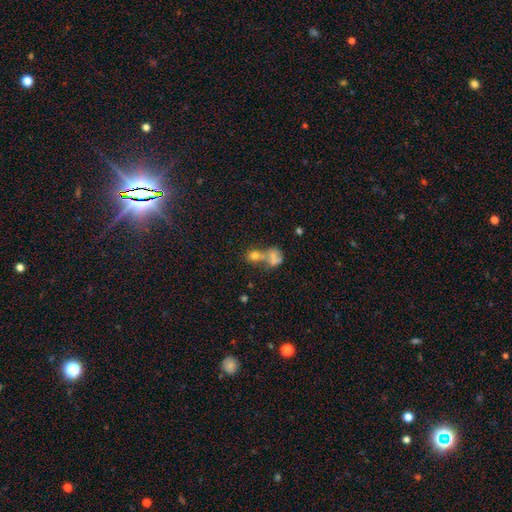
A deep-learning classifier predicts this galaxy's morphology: A smooth galaxy with no disk features (63%) that is round (67%). Merging: merger (51%).